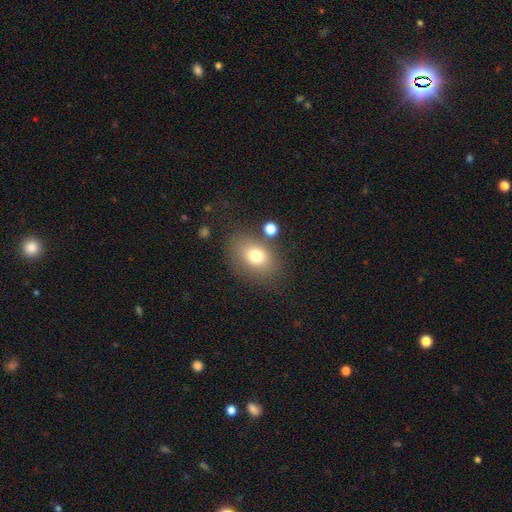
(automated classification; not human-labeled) This is likely a smooth galaxy (75%). How rounded: likely in between (71%). Merging: likely none (72%).